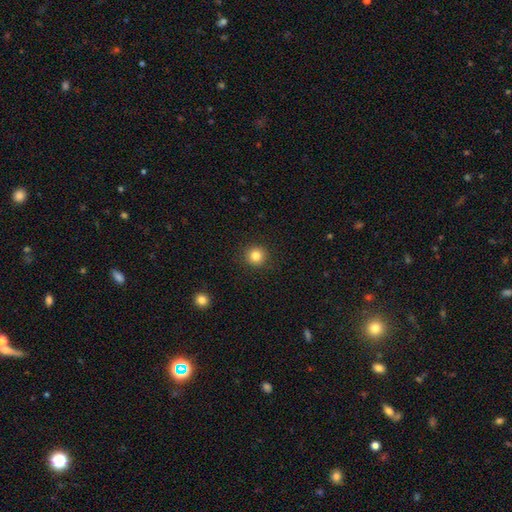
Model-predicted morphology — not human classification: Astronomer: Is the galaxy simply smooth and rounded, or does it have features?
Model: smooth — 83%.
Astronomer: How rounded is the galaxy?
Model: round — 94%.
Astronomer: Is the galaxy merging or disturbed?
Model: none — 92%.